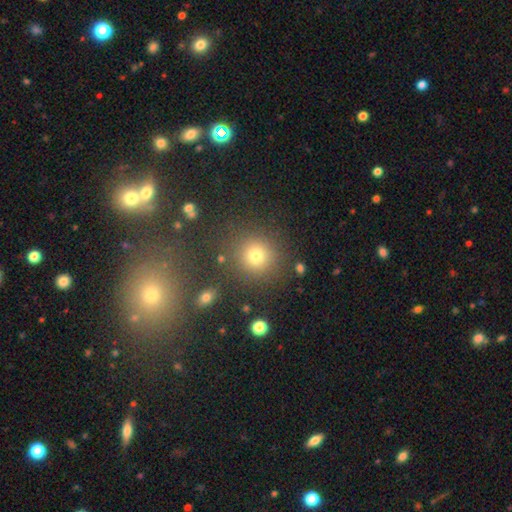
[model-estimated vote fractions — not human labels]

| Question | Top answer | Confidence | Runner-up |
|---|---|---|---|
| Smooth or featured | smooth | 75% | star or artifact (17%) |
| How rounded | round | 90% | in between (9%) |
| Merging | none | 82% | minor disturbance (8%) |